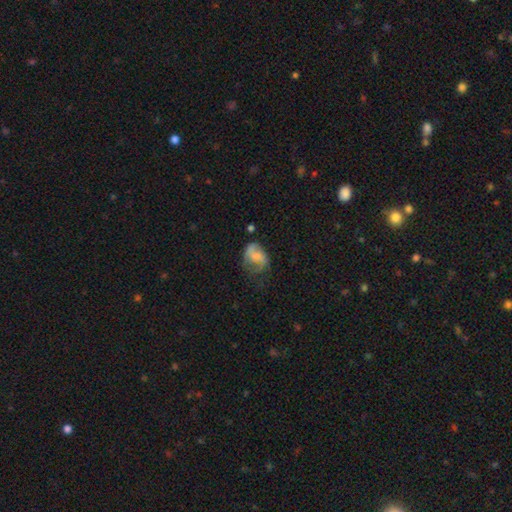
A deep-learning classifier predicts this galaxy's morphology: smooth 50%, featured or disk 41%, star or artifact 9%. Down the decision tree: merging — none (38%).